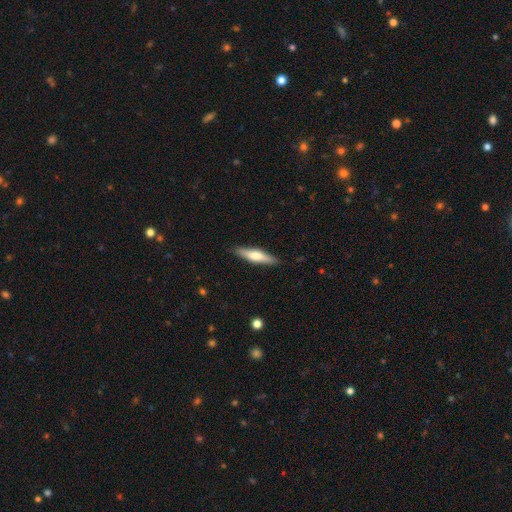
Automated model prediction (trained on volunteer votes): Q: Smooth or featured?
A: smooth (56%); runner-up: featured or disk (38%)
Q: How rounded?
A: cigar-shaped (77%); runner-up: in between (22%)
Q: Merging?
A: none (89%); runner-up: minor disturbance (9%)